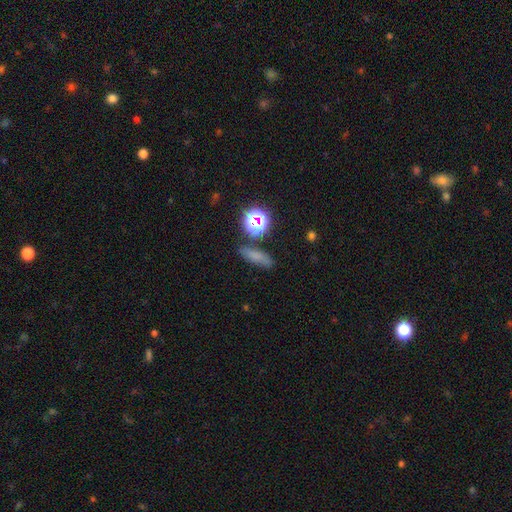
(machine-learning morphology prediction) smooth_or_featured: smooth (p=0.64) [alt: star or artifact p=0.21]
how_rounded: cigar-shaped (p=0.46) [alt: in between p=0.40]
merging: none (p=0.71) [alt: minor disturbance p=0.16]